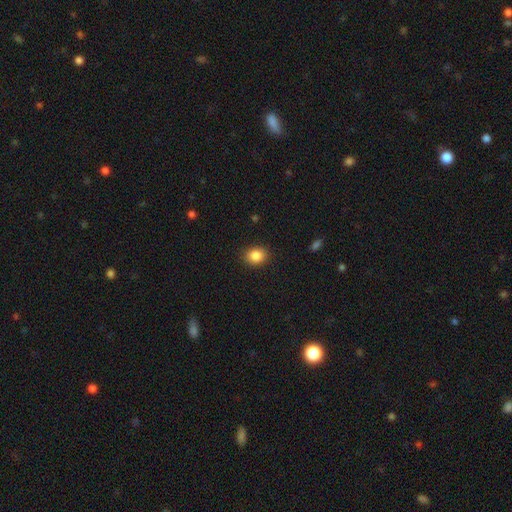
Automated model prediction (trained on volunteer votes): A smooth galaxy with no disk features (86%) that is round (54%).

Vote fractions:
- Smooth or featured? smooth: 86% / star or artifact: 9% / featured or disk: 5%
- How rounded? round: 54% / in between: 46% / cigar-shaped: 1%
- Merging? none: 89% / minor disturbance: 8% / major disturbance: 2% / merger: 1%